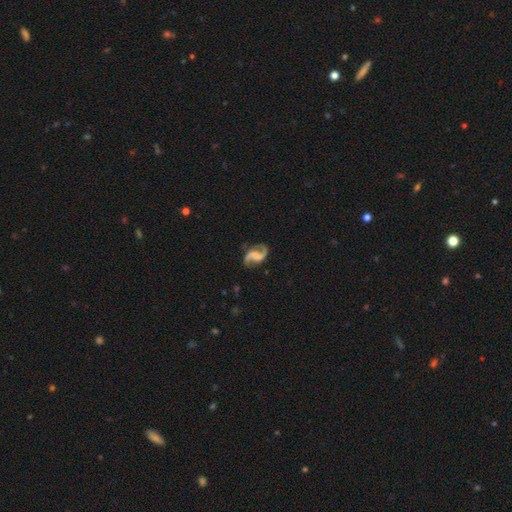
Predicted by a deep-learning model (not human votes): The model was most divided on "spiral winding": loose: 49%, medium: 43%, tight: 8%. Remaining: edge-on disk — no (98%); spiral arms — yes (98%); spiral arm count — 2 (94%); smooth or featured — featured or disk (91%); merging — none (80%); bulge size — none (45%); bar — weak (45%).